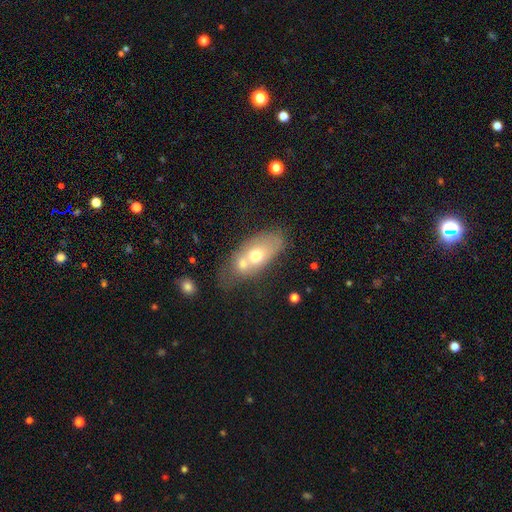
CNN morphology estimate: smooth_or_featured: smooth (p=0.58) [alt: featured or disk p=0.34]
how_rounded: in between (p=0.83) [alt: round p=0.11]
merging: merger (p=0.53) [alt: none p=0.28]